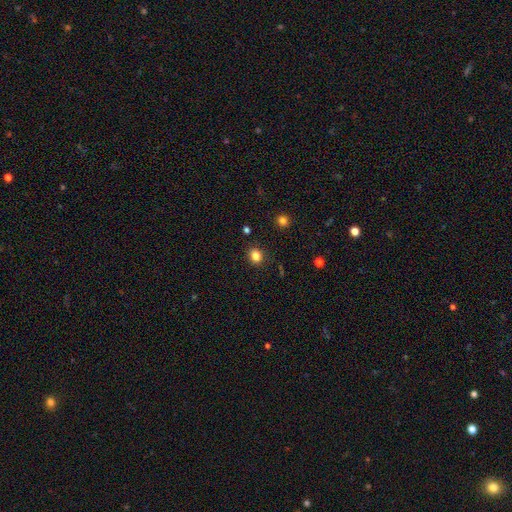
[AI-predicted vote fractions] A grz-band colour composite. It shows a smooth galaxy with no disk features (83%) that is round (69%). Merging: none (86%).